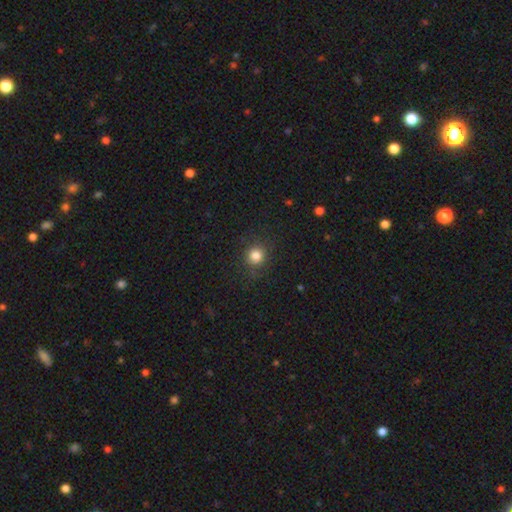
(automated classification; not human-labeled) A smooth galaxy with no disk features (83%) that is round (89%). Merging: none (87%).